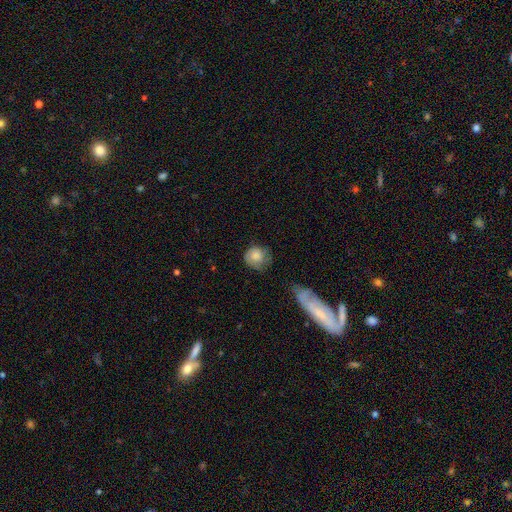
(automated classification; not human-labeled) Morphology: type=smooth (70%); roundness=round (81%); merging=none (56%).